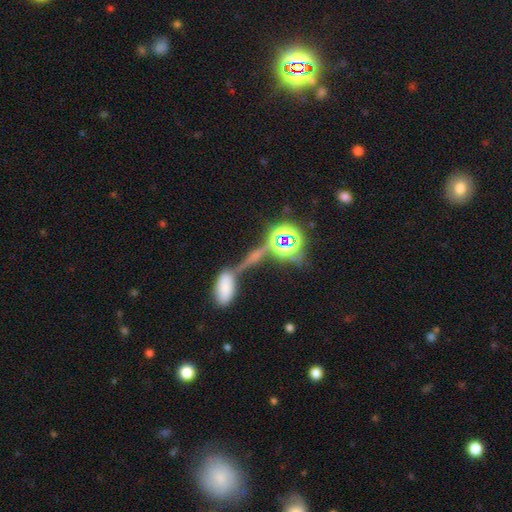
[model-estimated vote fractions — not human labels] This appears to be a star or artifact, not a galaxy (44%).